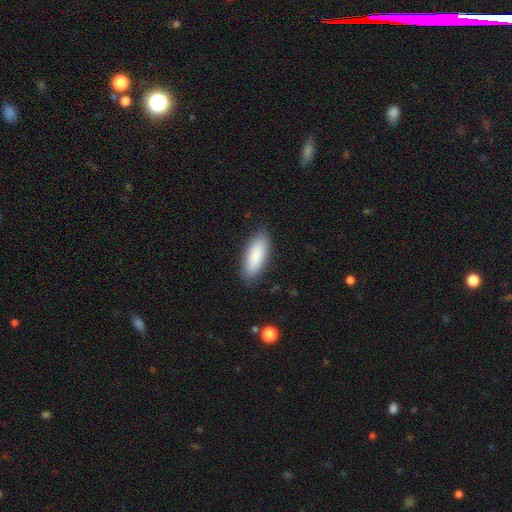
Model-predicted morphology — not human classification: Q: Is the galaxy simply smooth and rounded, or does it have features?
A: smooth — 88%.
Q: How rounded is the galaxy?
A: in between — 70%.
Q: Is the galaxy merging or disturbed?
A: none — 87%.